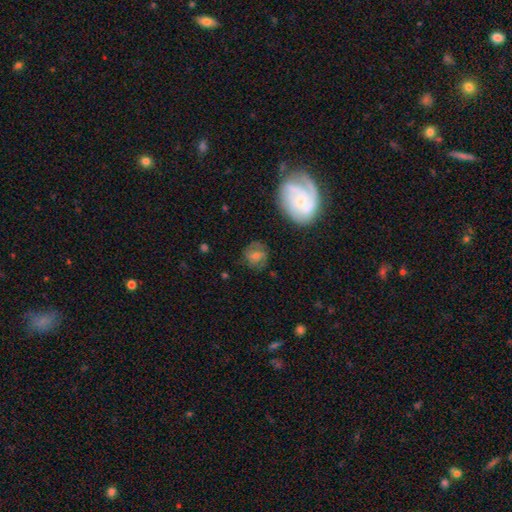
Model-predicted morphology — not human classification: featured or disk 44% (tied), smooth 44% (tied), star or artifact 12%. Down the decision tree: merging — none (74%).